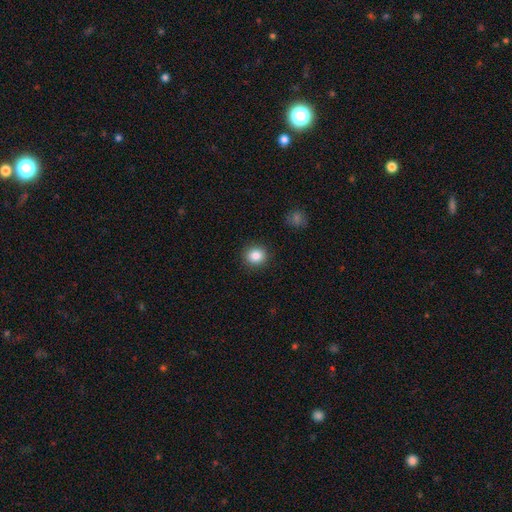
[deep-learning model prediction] smooth_or_featured: smooth (p=0.85) [alt: star or artifact p=0.10]
how_rounded: round (p=0.85) [alt: in between p=0.14]
merging: none (p=0.90) [alt: minor disturbance p=0.06]